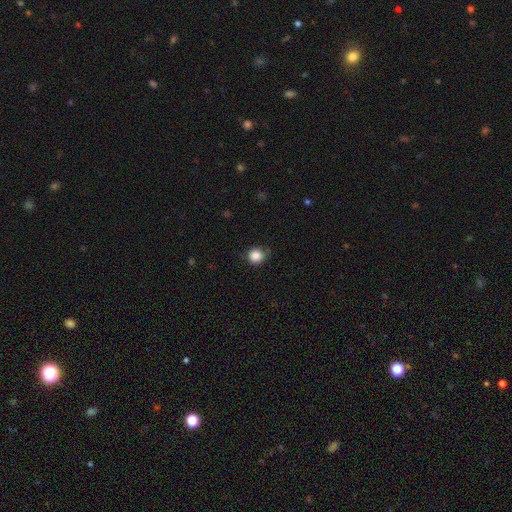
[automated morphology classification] The model was most divided on "merging": none: 75%, minor disturbance: 20%, major disturbance: 4%, merger: 1%. More confident: how rounded — round (88%); smooth or featured — smooth (86%).